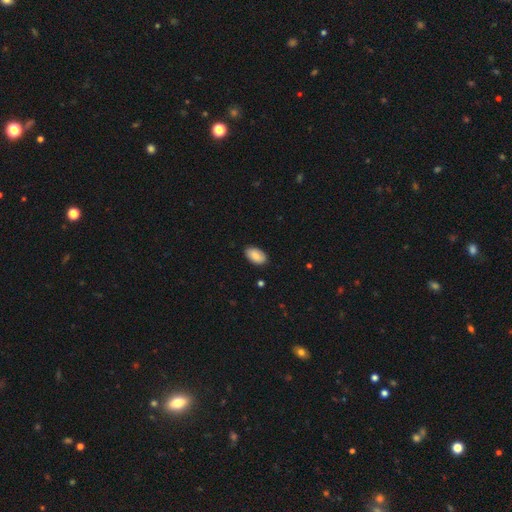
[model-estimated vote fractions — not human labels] A smooth galaxy with no disk features (83%) that is in between round and cigar-shaped (94%). Merging: none (86%).